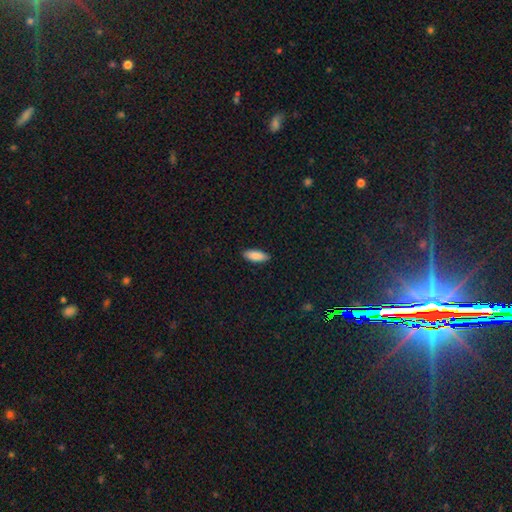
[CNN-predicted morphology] Smooth or featured?
  - smooth: 88% *
  - featured or disk: 6%
  - star or artifact: 6%
How rounded?
  - in between: 74% *
  - cigar-shaped: 24%
  - round: 2%
Merging?
  - none: 88% *
  - minor disturbance: 9%
  - major disturbance: 2%
  - merger: 1%